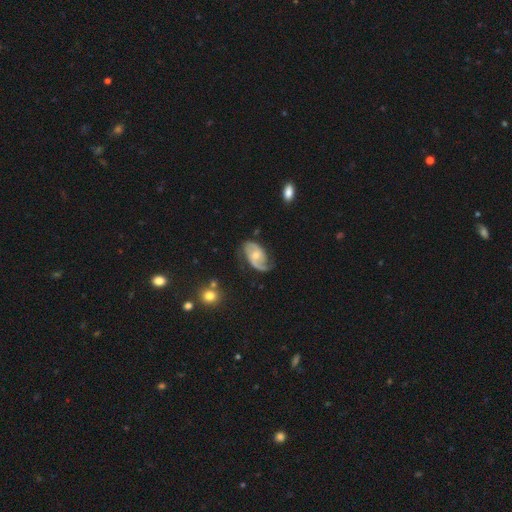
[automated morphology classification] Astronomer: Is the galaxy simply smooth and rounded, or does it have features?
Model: featured or disk — 77%.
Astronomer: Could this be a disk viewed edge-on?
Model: no — 96%.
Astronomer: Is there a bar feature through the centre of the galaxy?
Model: no — 55% (runner-up: weak, 37%).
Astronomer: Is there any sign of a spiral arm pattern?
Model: yes — 92%.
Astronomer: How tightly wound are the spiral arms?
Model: medium — 43% (runner-up: loose, 36%).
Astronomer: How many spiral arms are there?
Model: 2 — 74%.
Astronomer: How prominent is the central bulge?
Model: moderate — 51% (runner-up: small, 42%).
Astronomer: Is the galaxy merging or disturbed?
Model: none — 58%.